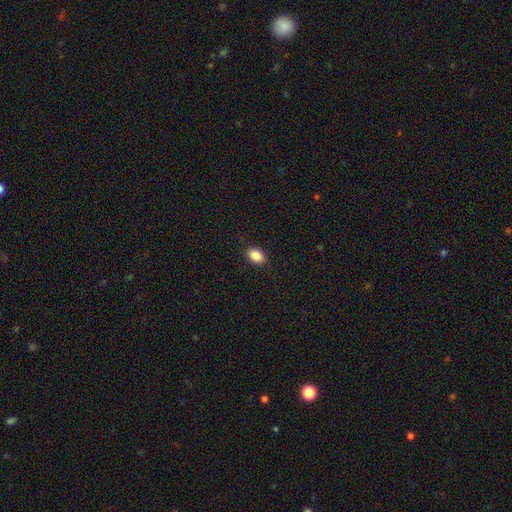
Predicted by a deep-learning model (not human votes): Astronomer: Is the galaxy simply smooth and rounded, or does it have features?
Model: smooth — 88%.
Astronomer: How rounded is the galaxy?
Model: in between — 80%.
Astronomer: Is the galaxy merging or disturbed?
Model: none — 90%.